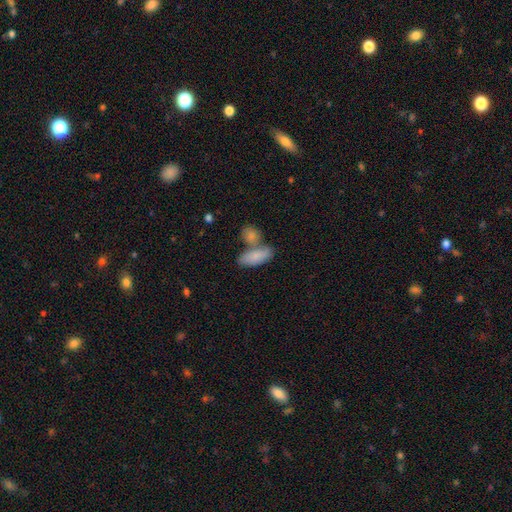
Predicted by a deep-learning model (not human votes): Smooth or featured? Predicted: smooth (p=0.84). How rounded? Predicted: in between (p=0.77). Merging? Predicted: none (p=0.49).